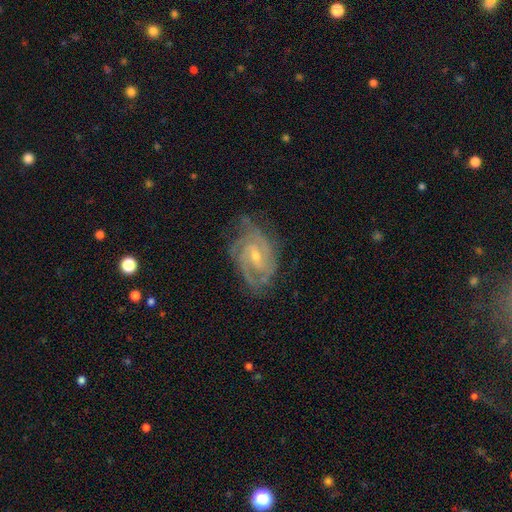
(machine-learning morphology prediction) Smooth or featured? Predicted: featured or disk (p=0.90). Edge-on disk? Predicted: no (p=0.97). Bar? Predicted: weak (p=0.53). Spiral arms? Predicted: yes (p=0.98). Spiral winding? Predicted: tight (p=0.59). Spiral arm count? Predicted: 2 (p=0.35). Bulge size? Predicted: small (p=0.57). Merging? Predicted: none (p=0.70).